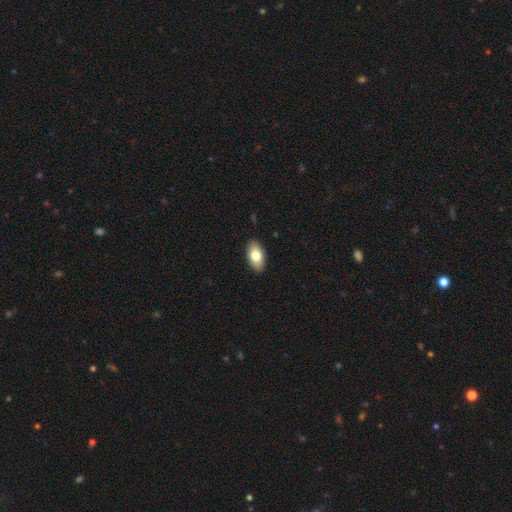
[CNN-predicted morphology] A smooth galaxy with no disk features (78%) that is in between round and cigar-shaped (94%).

Vote fractions:
- Smooth or featured? smooth: 78% / featured or disk: 15% / star or artifact: 7%
- How rounded? in between: 94% / round: 4% / cigar-shaped: 2%
- Merging? none: 90% / minor disturbance: 8% / major disturbance: 2% / merger: 1%